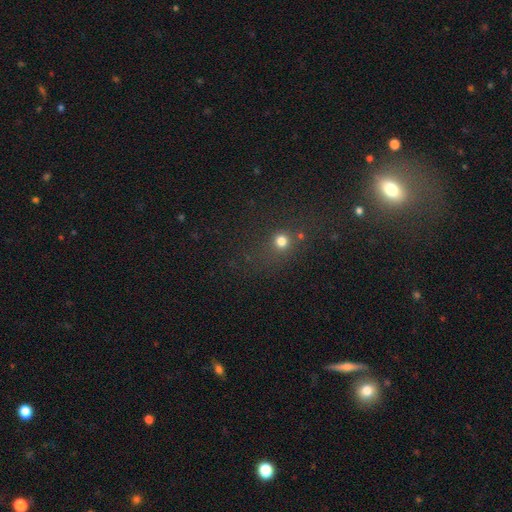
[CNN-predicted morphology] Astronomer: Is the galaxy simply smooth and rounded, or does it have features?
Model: star or artifact — 44%, tied with smooth at 44%.